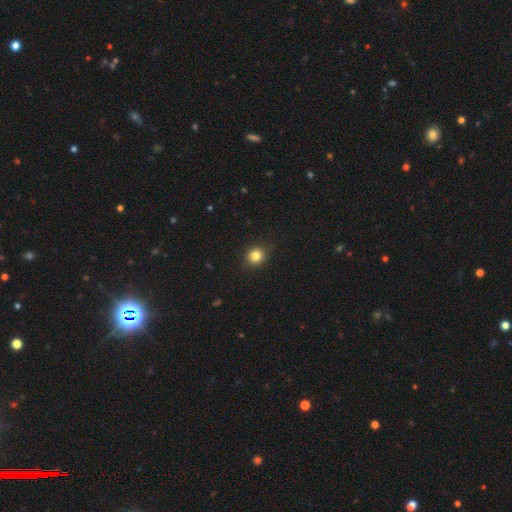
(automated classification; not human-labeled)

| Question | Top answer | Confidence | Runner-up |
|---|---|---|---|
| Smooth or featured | smooth | 83% | star or artifact (12%) |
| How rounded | round | 89% | in between (11%) |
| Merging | none | 88% | minor disturbance (9%) |